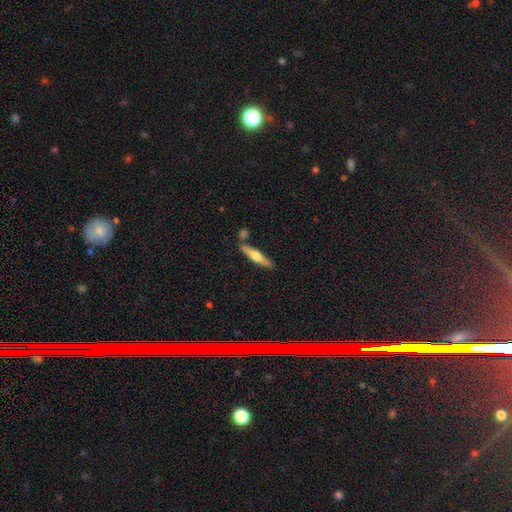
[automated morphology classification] Q: Smooth or featured?
A: featured or disk (49%); runner-up: smooth (45%)
Q: Merging?
A: none (78%); runner-up: minor disturbance (11%)